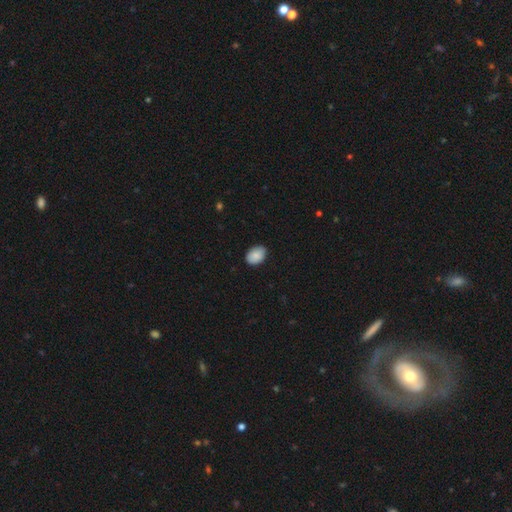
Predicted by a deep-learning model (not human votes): Morphology: type=smooth (88%); roundness=in between (82%); merging=none (85%).